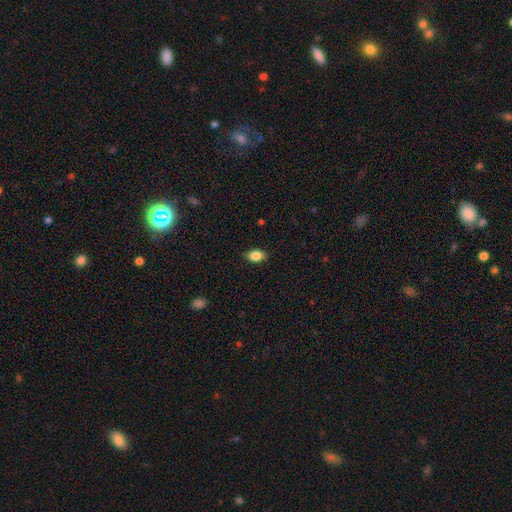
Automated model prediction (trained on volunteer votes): Smooth or featured: smooth — 84% (star or artifact — 8%)
How rounded: in between — 83% (round — 14%)
Merging: none — 84% (minor disturbance — 12%)